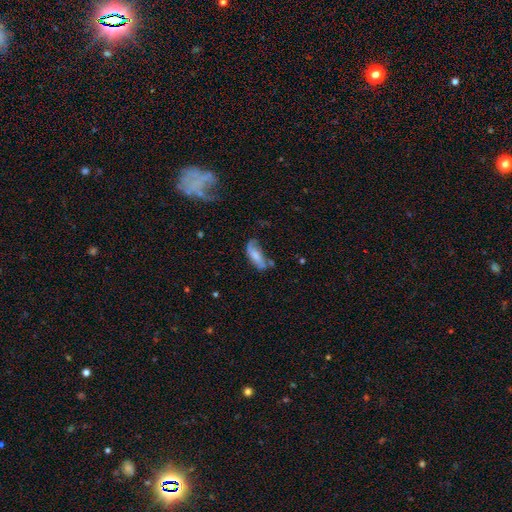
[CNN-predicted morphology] A smooth galaxy with no disk features (53%) that is in between round and cigar-shaped (74%). Merging: none (37%).